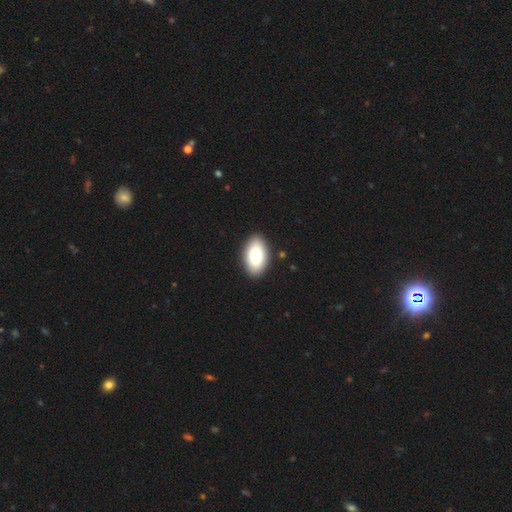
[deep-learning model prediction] smooth_or_featured: smooth (p=0.82) [alt: featured or disk p=0.12]
how_rounded: in between (p=0.95) [alt: round p=0.04]
merging: none (p=0.90) [alt: minor disturbance p=0.07]